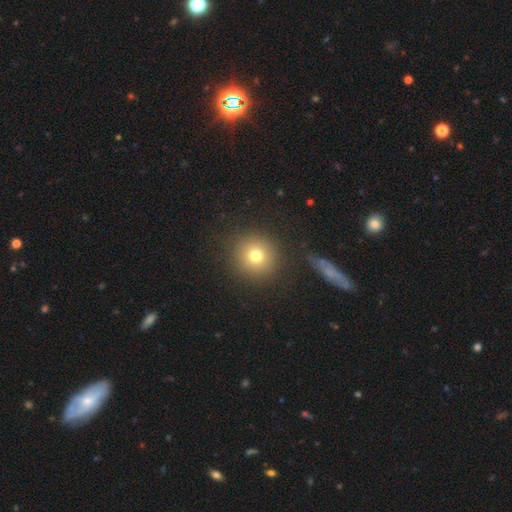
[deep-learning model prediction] smooth-or-featured: smooth: 75% | star or artifact: 14% | featured or disk: 11%
  how-rounded: round: 93% | in between: 6% | cigar-shaped: 1%
  merging: none: 86% | minor disturbance: 7% | major disturbance: 4% | merger: 2%